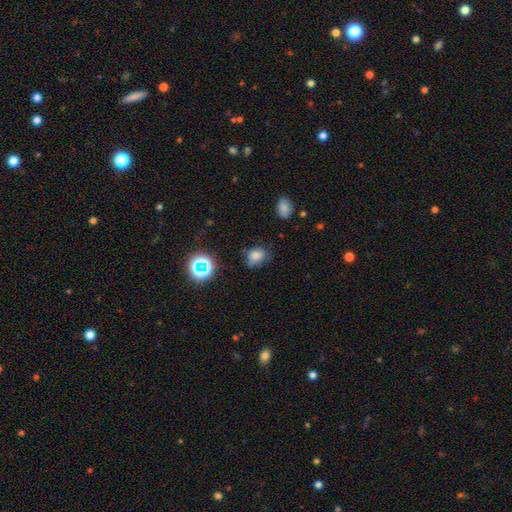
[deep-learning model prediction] Smooth or featured? Predicted: smooth (p=0.76). How rounded? Predicted: in between (p=0.58). Merging? Predicted: none (p=0.58).